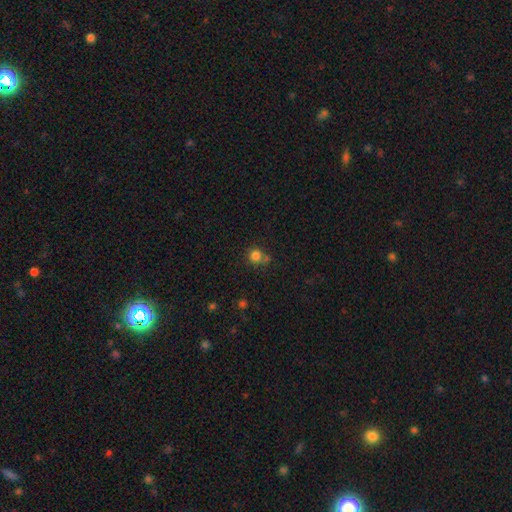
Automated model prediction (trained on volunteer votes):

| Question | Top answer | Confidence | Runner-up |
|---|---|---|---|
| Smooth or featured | smooth | 81% | star or artifact (14%) |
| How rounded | round | 90% | in between (9%) |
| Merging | none | 65% | merger (17%) |